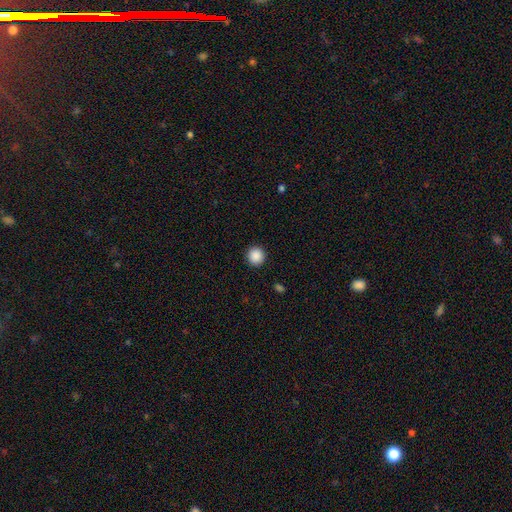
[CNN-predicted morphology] smooth 89%, star or artifact 9%, featured or disk 2%. Down the decision tree: how rounded — round (95%); merging — none (93%).